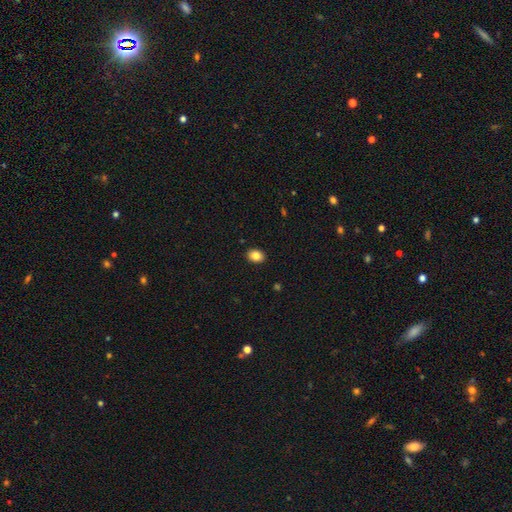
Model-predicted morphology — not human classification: Overall: smooth (84%). How rounded: in between (65%; round 34%). Merging: none (91%).